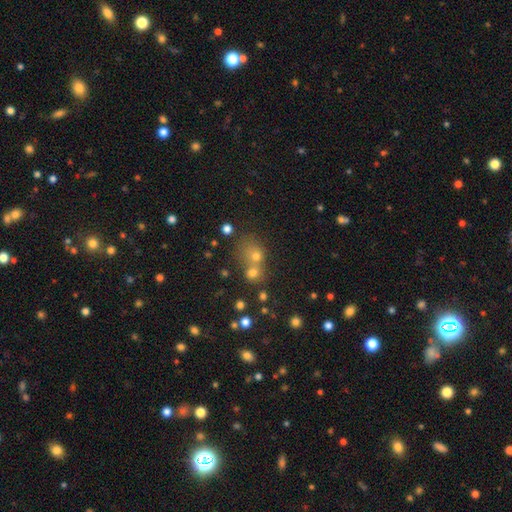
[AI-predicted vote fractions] This appears to be a smooth galaxy with no disk features (68%) that is round (72%). Merging: merger (51%).